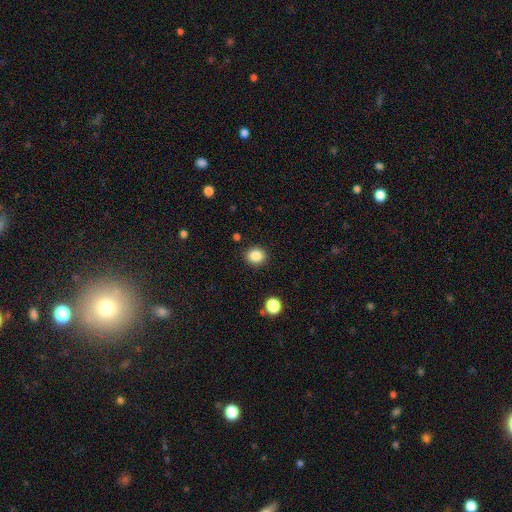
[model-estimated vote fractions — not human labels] Smooth or featured? Predicted: smooth (p=0.86). How rounded? Predicted: round (p=0.77). Merging? Predicted: none (p=0.89).